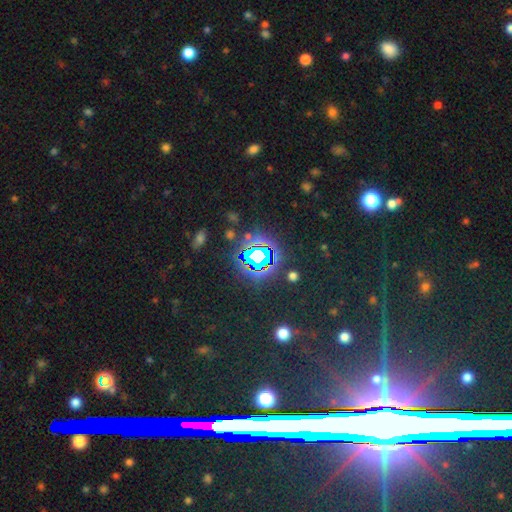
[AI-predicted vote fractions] A star or artifact, not a galaxy (72%).

Vote fractions:
- Smooth or featured? star or artifact: 72% / smooth: 17% / featured or disk: 10%